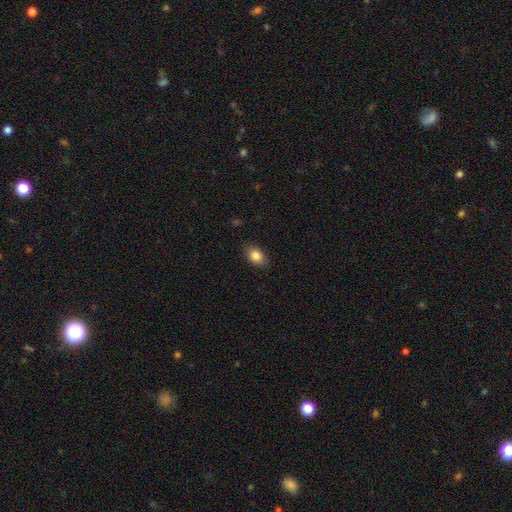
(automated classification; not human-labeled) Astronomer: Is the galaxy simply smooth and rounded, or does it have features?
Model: smooth — 85%.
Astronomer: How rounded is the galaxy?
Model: in between — 75%.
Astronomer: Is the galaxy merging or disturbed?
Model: none — 84%.